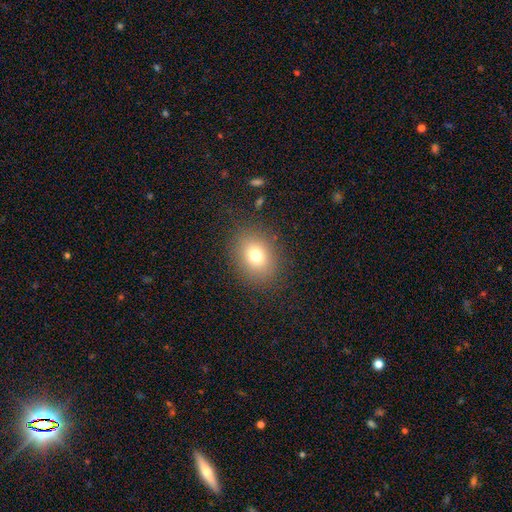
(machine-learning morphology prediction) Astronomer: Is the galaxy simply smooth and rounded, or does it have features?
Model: smooth — 75%.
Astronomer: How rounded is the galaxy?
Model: in between — 53% (runner-up: round, 46%).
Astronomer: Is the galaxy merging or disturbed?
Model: none — 84%.